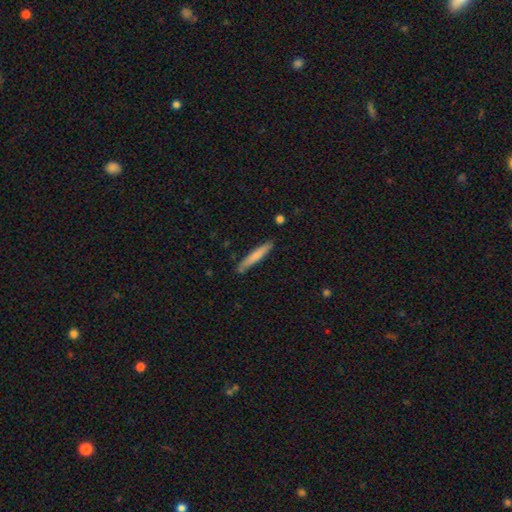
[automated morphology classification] Smooth or featured?
  - smooth: 71% *
  - featured or disk: 23%
  - star or artifact: 6%
How rounded?
  - cigar-shaped: 94% *
  - in between: 5%
  - round: 1%
Merging?
  - none: 85% *
  - minor disturbance: 11%
  - merger: 2%
  - major disturbance: 2%